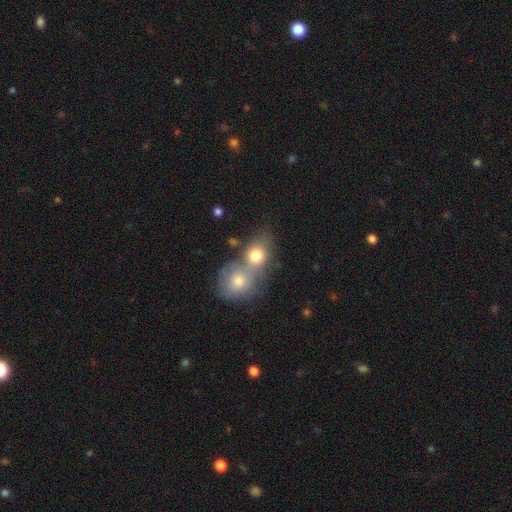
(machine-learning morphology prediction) Smooth or featured? Predicted: smooth (p=0.75). How rounded? Predicted: round (p=0.59). Merging? Predicted: merger (p=0.64).